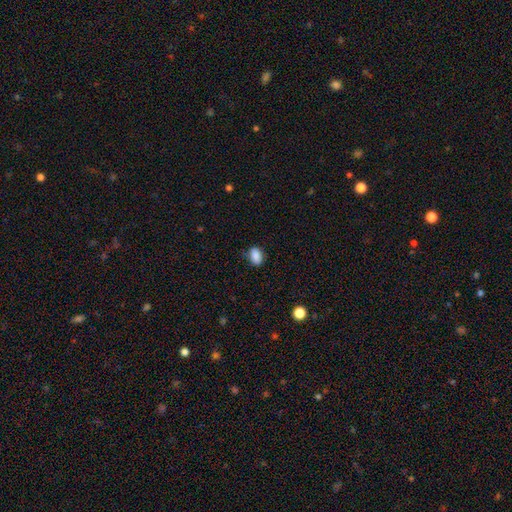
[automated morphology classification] The model was most divided on "merging": none: 79%, minor disturbance: 16%, major disturbance: 3%, merger: 1%. More confident: smooth or featured — smooth (87%); how rounded — in between (83%).